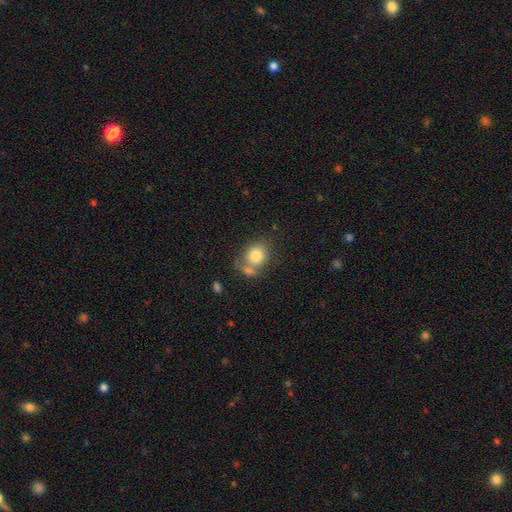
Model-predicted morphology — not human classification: smooth 80%, featured or disk 12%, star or artifact 8%. Down the decision tree: how rounded — round (62%); merging — none (47%).